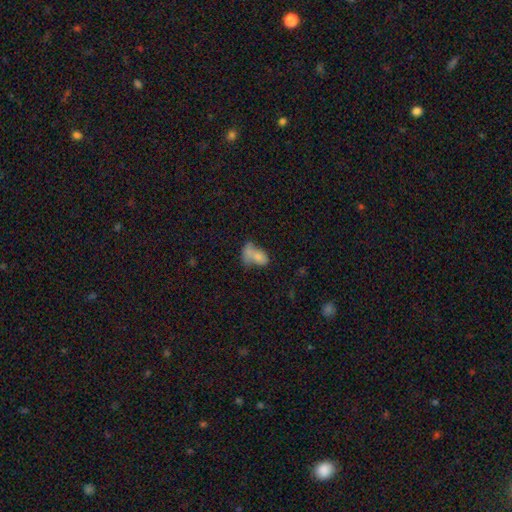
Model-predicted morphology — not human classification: Smooth or featured: smooth — 71% (featured or disk — 18%)
How rounded: in between — 83% (round — 14%)
Merging: merger — 47% (none — 22%)